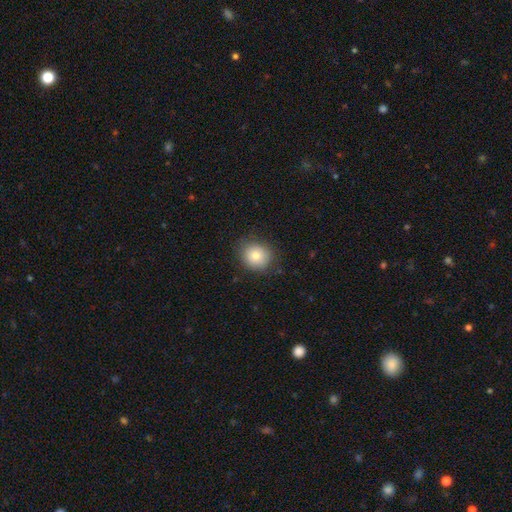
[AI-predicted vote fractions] smooth_or_featured: smooth (p=0.79) [alt: featured or disk p=0.11]
how_rounded: round (p=0.79) [alt: in between p=0.20]
merging: none (p=0.82) [alt: minor disturbance p=0.13]